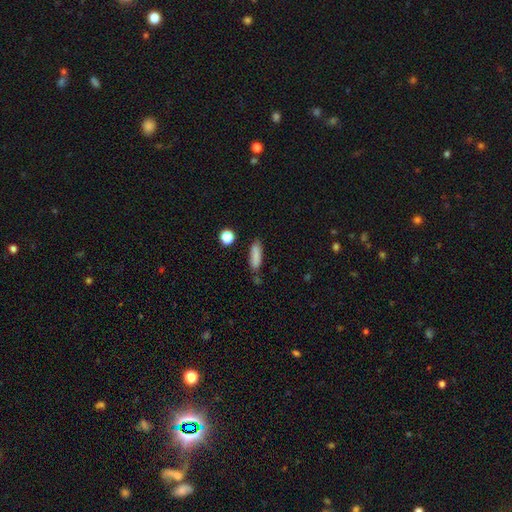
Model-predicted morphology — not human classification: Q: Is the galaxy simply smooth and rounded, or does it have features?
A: smooth — 84%.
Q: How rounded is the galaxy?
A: cigar-shaped — 53%.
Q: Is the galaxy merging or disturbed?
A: none — 74%.